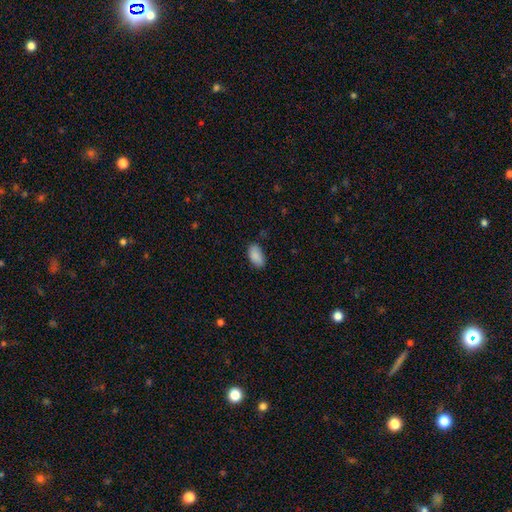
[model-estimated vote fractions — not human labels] A smooth galaxy with no disk features (89%) that is in between round and cigar-shaped (94%).

Vote fractions:
- Smooth or featured? smooth: 89% / star or artifact: 7% / featured or disk: 4%
- How rounded? in between: 94% / round: 3% / cigar-shaped: 3%
- Merging? none: 79% / minor disturbance: 17% / major disturbance: 3% / merger: 1%